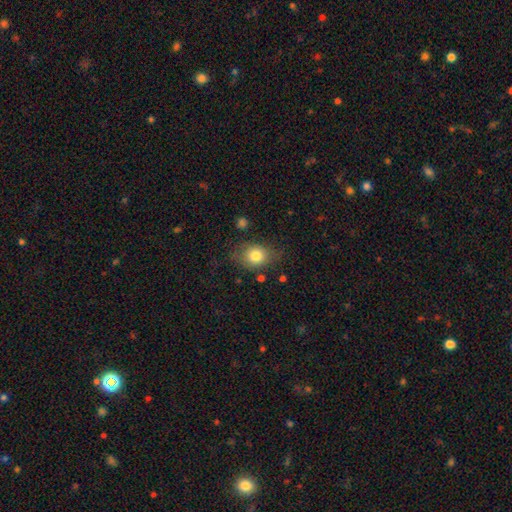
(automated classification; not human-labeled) Smooth or featured? Predicted: smooth (p=0.79). How rounded? Predicted: in between (p=0.56). Merging? Predicted: none (p=0.68).